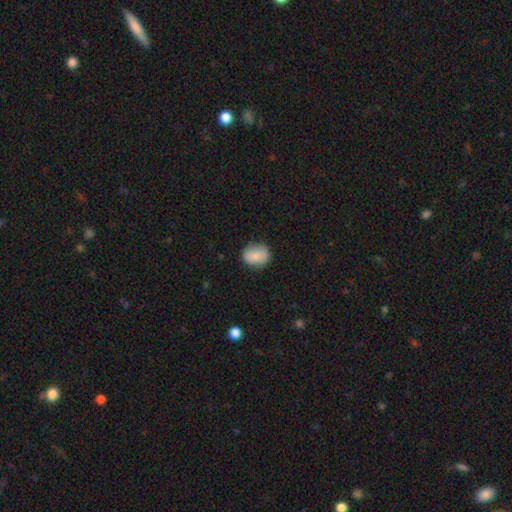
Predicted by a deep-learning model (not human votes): The model was most divided on "how rounded": round: 64%, in between: 35%, cigar-shaped: 1%. More confident: smooth or featured — smooth (81%); merging — none (78%).